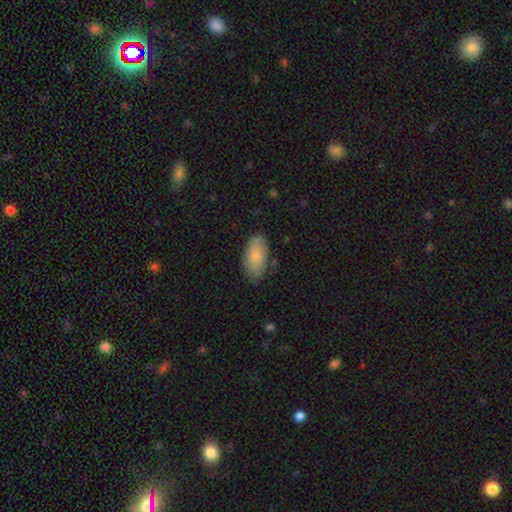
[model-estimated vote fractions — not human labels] The model was most divided on "smooth or featured": smooth: 77%, featured or disk: 17%, star or artifact: 6%. More confident: how rounded — in between (94%); merging — none (78%).